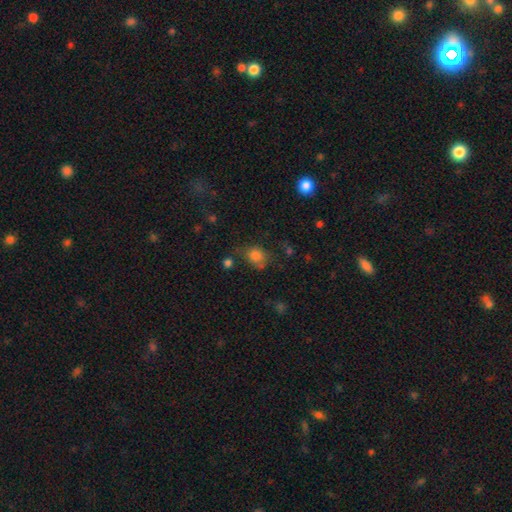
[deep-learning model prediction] Overall: smooth (79%). How rounded: round (54%; in between 45%). Merging: none (51%; minor disturbance 26%).